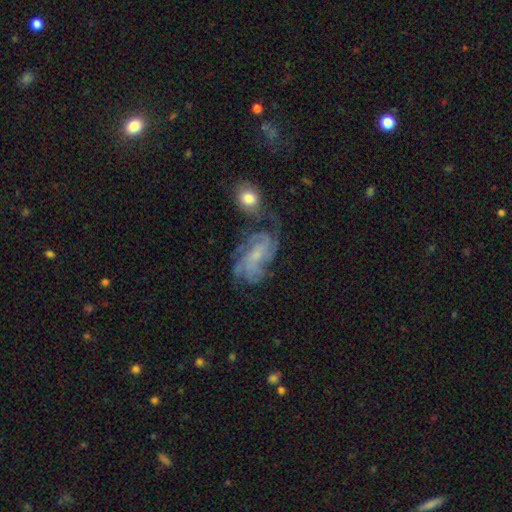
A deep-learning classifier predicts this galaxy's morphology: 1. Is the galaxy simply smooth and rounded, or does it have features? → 77% featured or disk, 14% smooth, 9% star or artifact.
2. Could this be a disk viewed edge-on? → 96% no, 4% yes.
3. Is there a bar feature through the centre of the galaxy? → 58% no, 35% weak, 7% strong.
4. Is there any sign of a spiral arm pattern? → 91% yes, 9% no.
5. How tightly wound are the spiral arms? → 43% tight, 41% medium, 15% loose.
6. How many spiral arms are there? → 33% can't tell, 23% 3, 17% 4, 14% 2, 7% more than 4, 6% 1.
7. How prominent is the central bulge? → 63% small, 21% moderate, 13% none, 2% large, 1% dominant.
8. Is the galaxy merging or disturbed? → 53% none, 21% minor disturbance, 17% major disturbance, 9% merger.